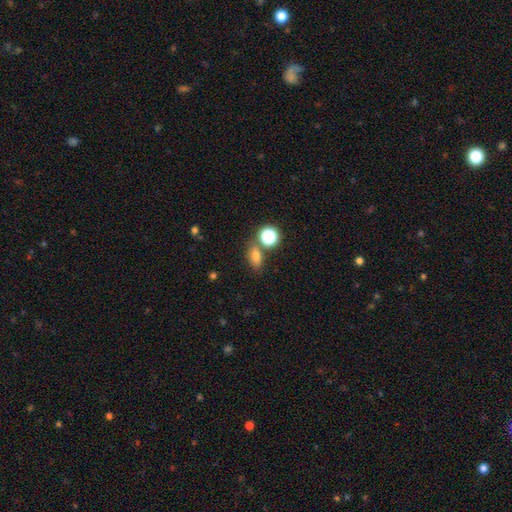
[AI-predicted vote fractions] Smooth or featured?
  - smooth: 73% *
  - star or artifact: 18%
  - featured or disk: 9%
How rounded?
  - in between: 70% *
  - round: 24%
  - cigar-shaped: 6%
Merging?
  - none: 71% *
  - merger: 13%
  - minor disturbance: 12%
  - major disturbance: 4%